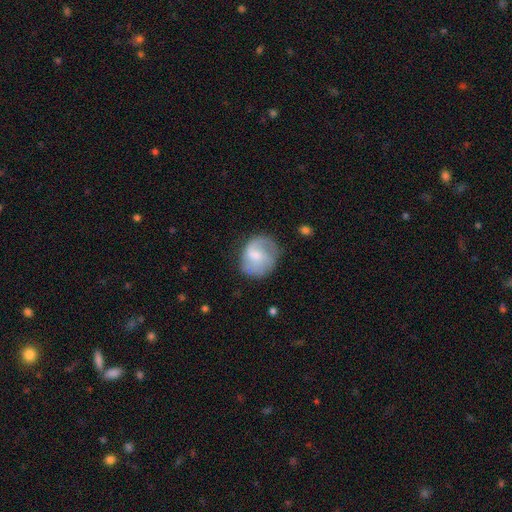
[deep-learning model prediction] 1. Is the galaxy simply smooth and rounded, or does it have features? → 49% featured or disk, 44% smooth, 7% star or artifact.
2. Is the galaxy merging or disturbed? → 57% none, 24% minor disturbance, 17% major disturbance, 2% merger.